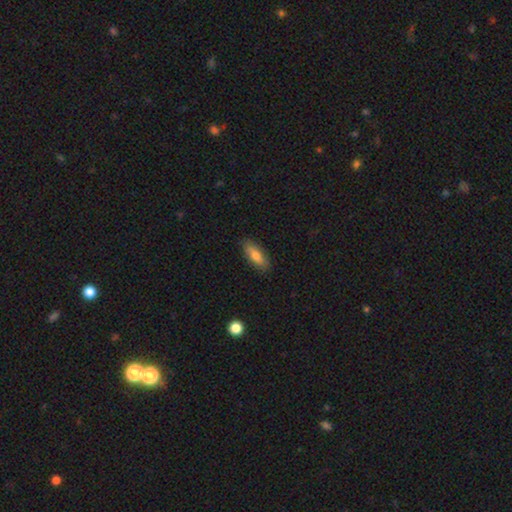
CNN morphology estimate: type=smooth (76%); roundness=in between (74%); merging=none (84%).